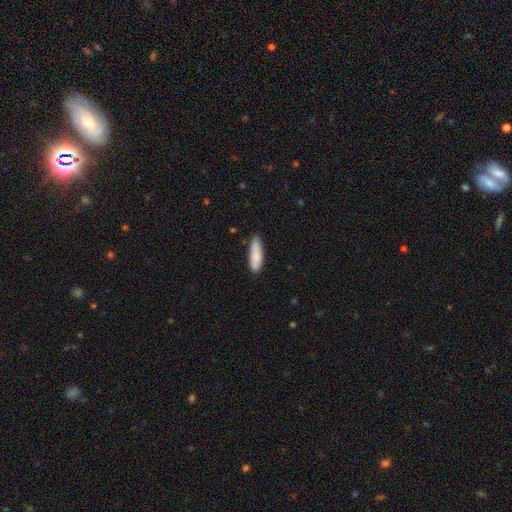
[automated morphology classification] Q: Smooth or featured?
A: smooth (86%); runner-up: featured or disk (9%)
Q: How rounded?
A: cigar-shaped (53%); runner-up: in between (46%)
Q: Merging?
A: none (76%); runner-up: minor disturbance (19%)